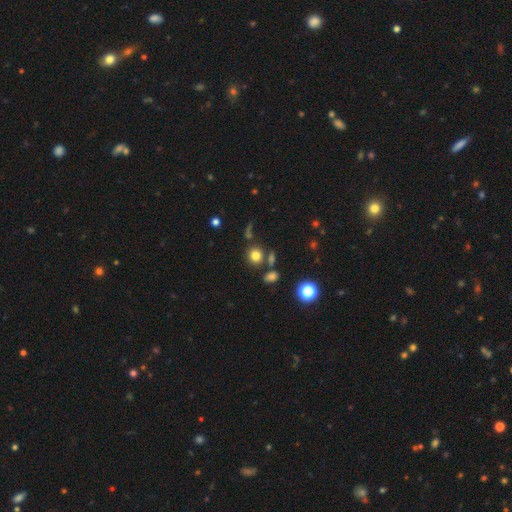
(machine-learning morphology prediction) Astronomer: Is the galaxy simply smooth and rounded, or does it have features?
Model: smooth — 78%.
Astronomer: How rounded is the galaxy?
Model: round — 82%.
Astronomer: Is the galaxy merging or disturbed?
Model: none — 75%.